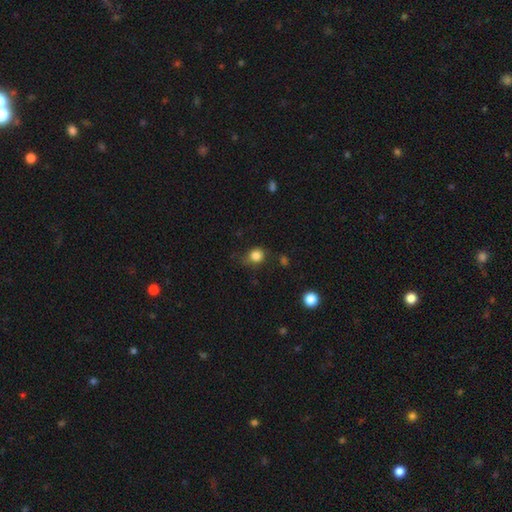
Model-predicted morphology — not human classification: Smooth or featured?
  - smooth: 83% *
  - star or artifact: 12%
  - featured or disk: 6%
How rounded?
  - round: 75% *
  - in between: 24%
  - cigar-shaped: 1%
Merging?
  - none: 65% *
  - minor disturbance: 25%
  - major disturbance: 7%
  - merger: 2%